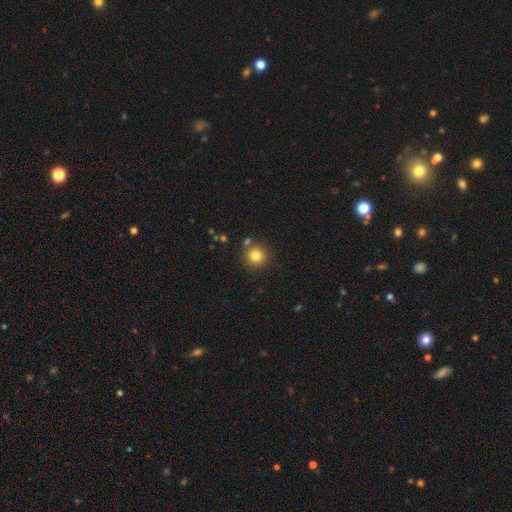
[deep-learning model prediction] A smooth galaxy with no disk features (81%) that is round (93%).

Vote fractions:
- Smooth or featured? smooth: 81% / star or artifact: 12% / featured or disk: 7%
- How rounded? round: 93% / in between: 6% / cigar-shaped: 1%
- Merging? none: 78% / merger: 9% / minor disturbance: 9% / major disturbance: 3%